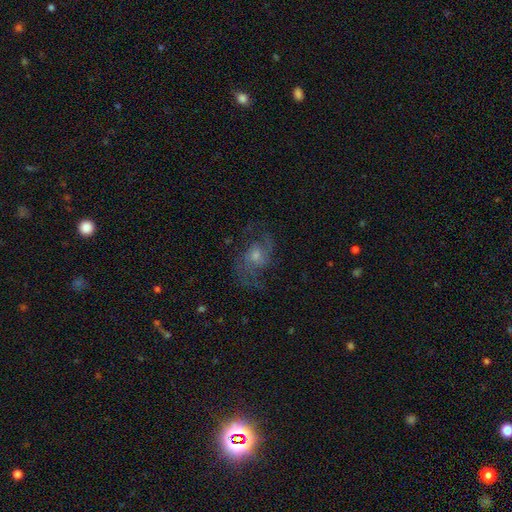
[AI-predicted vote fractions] Overall: featured or disk (77%). Edge-on disk: no (97%). Bar: no (63%; weak 32%). Spiral arms: yes (93%). Spiral arm count: 2 (74%). Spiral winding: medium (49%; loose 37%). Bulge size: moderate (46%; small 42%). Merging: none (67%).